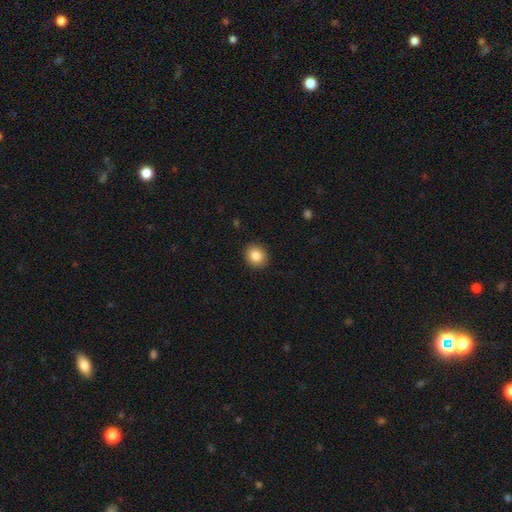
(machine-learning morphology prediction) Smooth or featured? smooth (85%)
How rounded? round (76%)
Merging? none (91%)